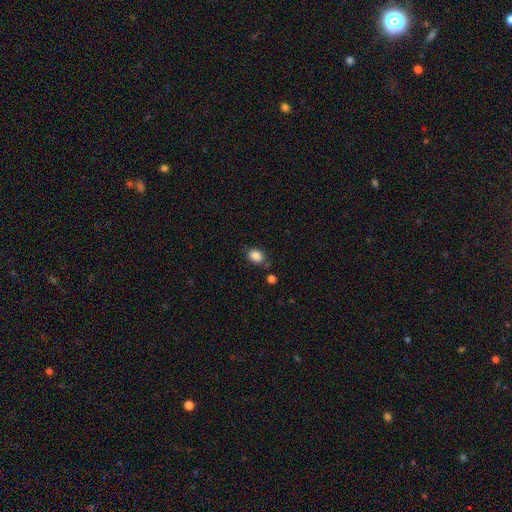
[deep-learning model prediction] The model was most divided on "how rounded": in between: 66%, round: 32%, cigar-shaped: 1%. More confident: smooth or featured — smooth (86%); merging — none (71%).